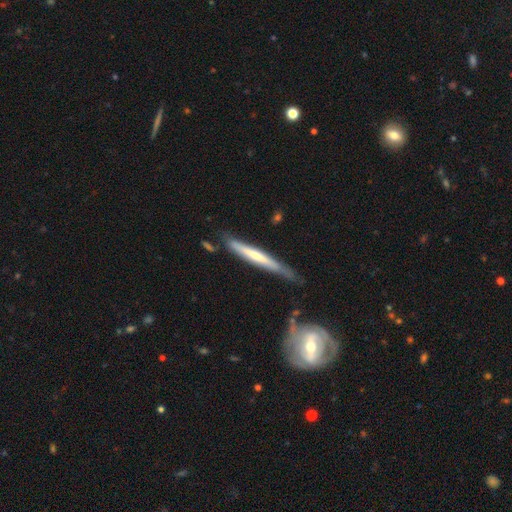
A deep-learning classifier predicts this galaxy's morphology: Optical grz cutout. It shows a featured or disk galaxy (55%) viewed edge-on (90%). Merging: none (63%).